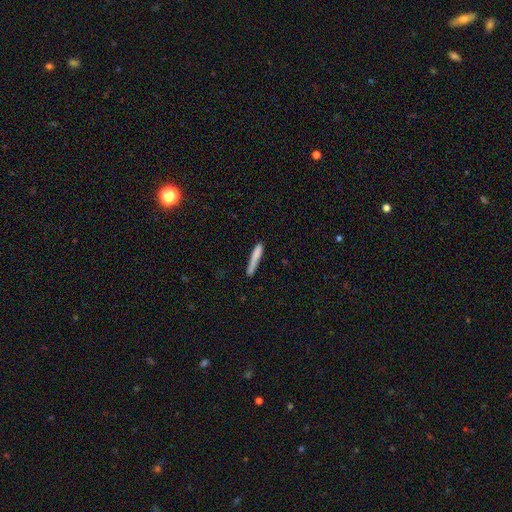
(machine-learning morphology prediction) A smooth galaxy with no disk features (79%) that is cigar-shaped (94%).

Vote fractions:
- Smooth or featured? smooth: 79% / featured or disk: 14% / star or artifact: 7%
- How rounded? cigar-shaped: 94% / in between: 4% / round: 1%
- Merging? none: 71% / minor disturbance: 20% / major disturbance: 5% / merger: 4%